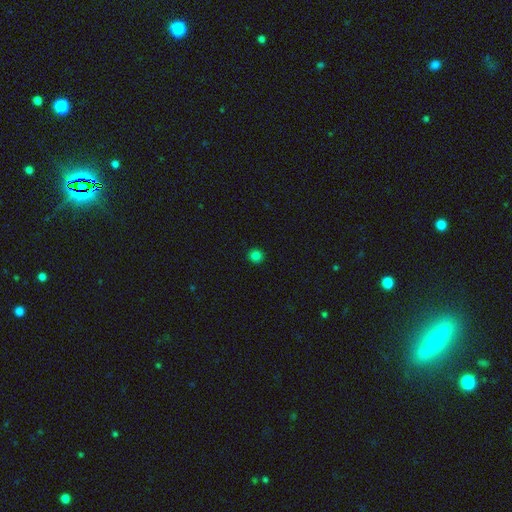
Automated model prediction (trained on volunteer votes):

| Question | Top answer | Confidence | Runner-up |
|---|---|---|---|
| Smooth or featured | smooth | 83% | star or artifact (14%) |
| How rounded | round | 94% | in between (5%) |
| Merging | none | 93% | minor disturbance (5%) |